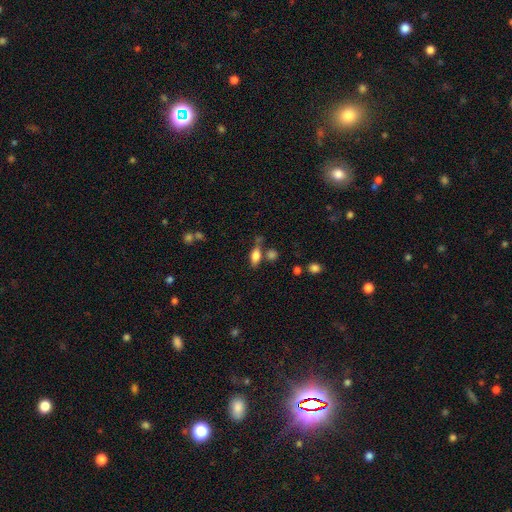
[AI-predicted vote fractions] Smooth or featured?
  - smooth: 74% *
  - featured or disk: 17%
  - star or artifact: 10%
How rounded?
  - in between: 80% *
  - cigar-shaped: 13%
  - round: 7%
Merging?
  - none: 63% *
  - minor disturbance: 16%
  - merger: 14%
  - major disturbance: 6%